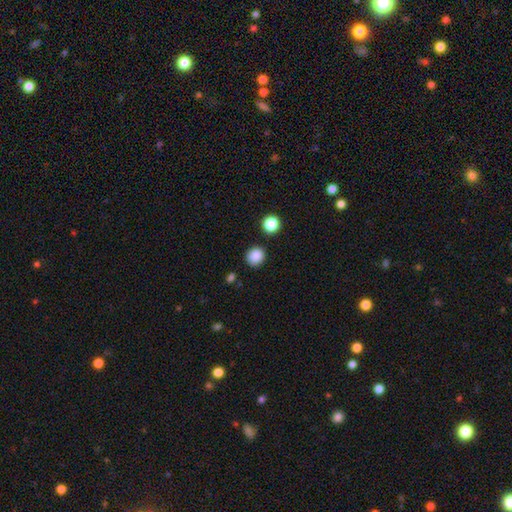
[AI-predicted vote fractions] Smooth or featured? Predicted: smooth (p=0.86). How rounded? Predicted: round (p=0.85). Merging? Predicted: none (p=0.85).